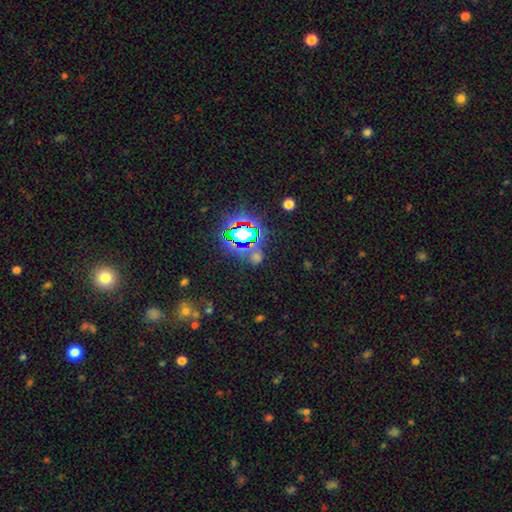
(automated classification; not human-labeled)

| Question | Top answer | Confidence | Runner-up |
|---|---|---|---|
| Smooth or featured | star or artifact | 68% | smooth (24%) |